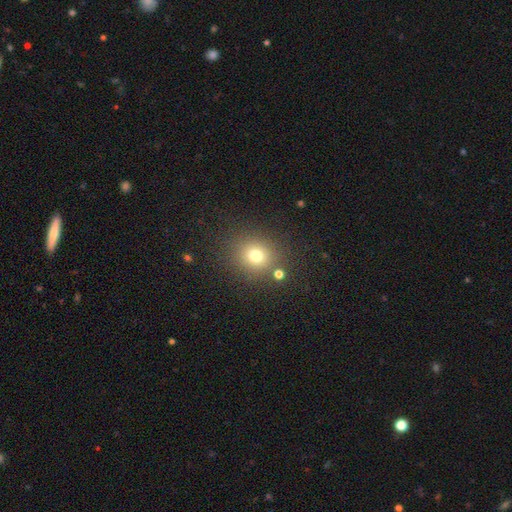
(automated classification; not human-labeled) Smooth or featured?
  - smooth: 75% *
  - star or artifact: 17%
  - featured or disk: 8%
How rounded?
  - round: 83% *
  - in between: 16%
  - cigar-shaped: 1%
Merging?
  - none: 81% *
  - minor disturbance: 9%
  - merger: 6%
  - major disturbance: 4%